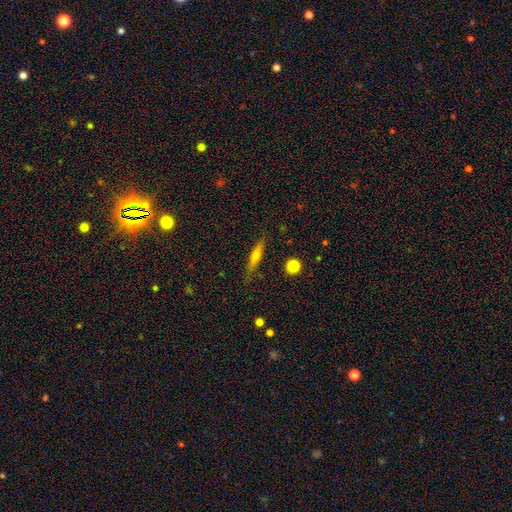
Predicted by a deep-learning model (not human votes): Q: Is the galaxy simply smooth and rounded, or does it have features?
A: smooth — 51%.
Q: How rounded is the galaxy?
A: cigar-shaped — 82%.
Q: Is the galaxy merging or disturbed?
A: none — 82%.